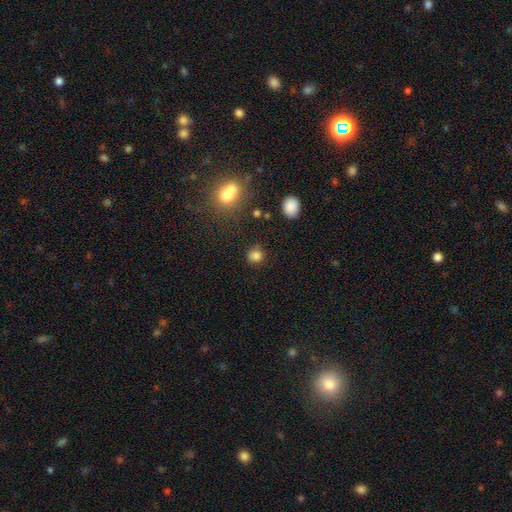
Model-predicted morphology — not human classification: This appears to be a smooth galaxy with no disk features (80%) that is round (82%). Merging: none (76%).